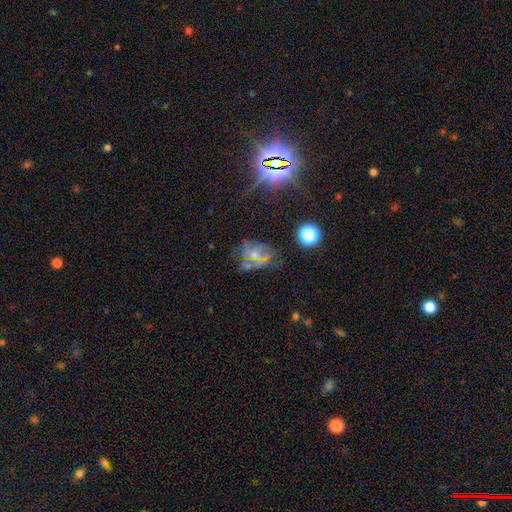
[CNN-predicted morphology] A star or artifact, not a galaxy (37%, tied with smooth).

Vote fractions:
- Smooth or featured? star or artifact: 37% (tied) / smooth: 37% (tied) / featured or disk: 26%